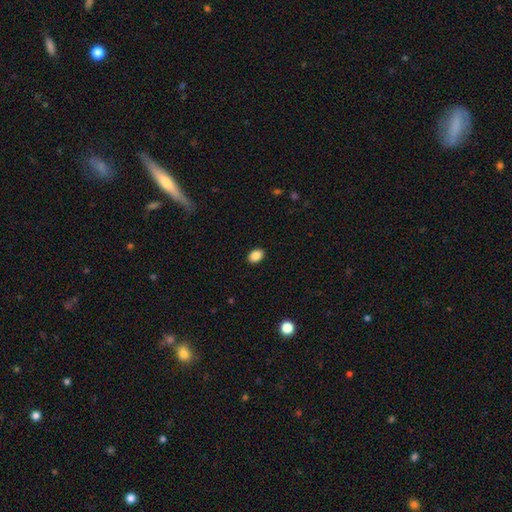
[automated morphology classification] Smooth or featured?
  - smooth: 88% *
  - star or artifact: 9%
  - featured or disk: 3%
How rounded?
  - in between: 71% *
  - round: 28%
  - cigar-shaped: 1%
Merging?
  - none: 91% *
  - minor disturbance: 7%
  - major disturbance: 2%
  - merger: 1%